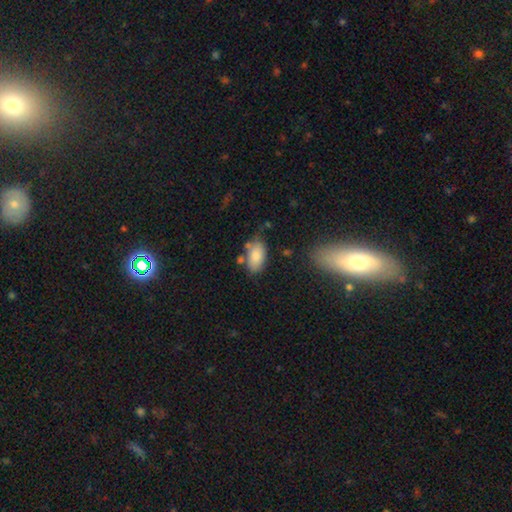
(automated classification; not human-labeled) A smooth galaxy with no disk features (84%) that is in between round and cigar-shaped (93%). Merging: none (61%).